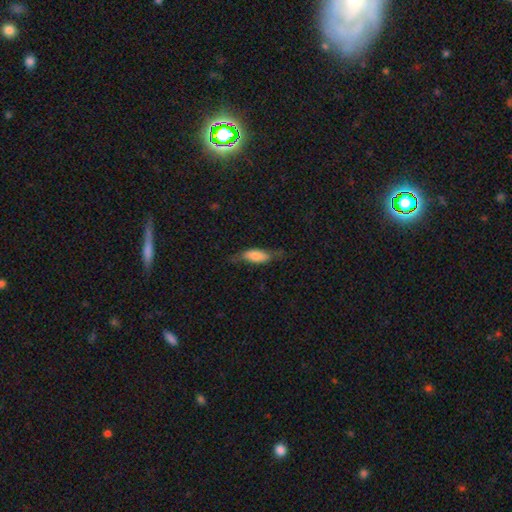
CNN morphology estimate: A smooth galaxy with no disk features (67%) that is in between round and cigar-shaped (70%). Merging: none (57%).